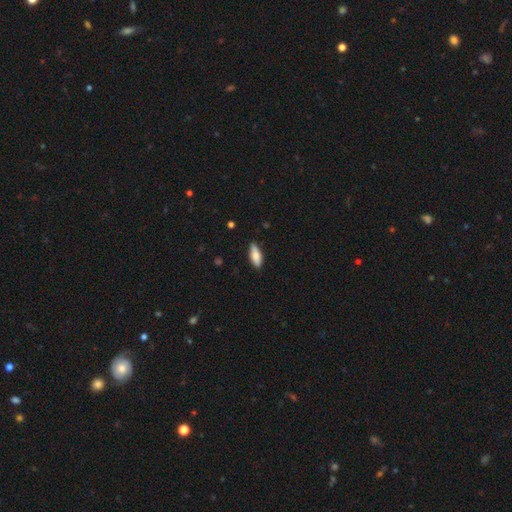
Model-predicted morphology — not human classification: A smooth galaxy with no disk features (80%) that is in between round and cigar-shaped (70%).

Vote fractions:
- Smooth or featured? smooth: 80% / featured or disk: 14% / star or artifact: 6%
- How rounded? in between: 70% / cigar-shaped: 28% / round: 2%
- Merging? none: 85% / minor disturbance: 12% / major disturbance: 2% / merger: 1%